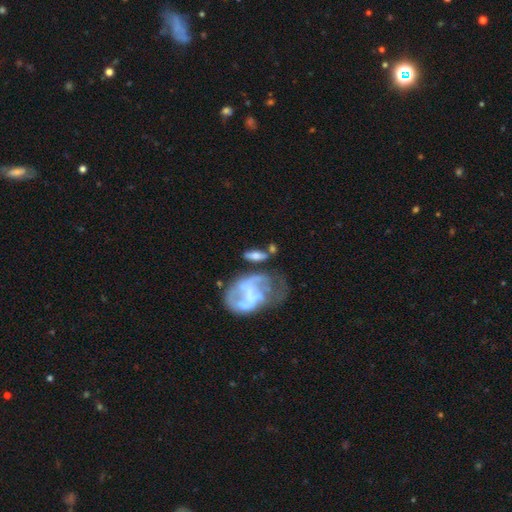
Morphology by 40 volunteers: This appears to be a featured or disk galaxy (52%) viewed edge-on (62%) with a rounded central bulge (100%). Merging: none (53%).